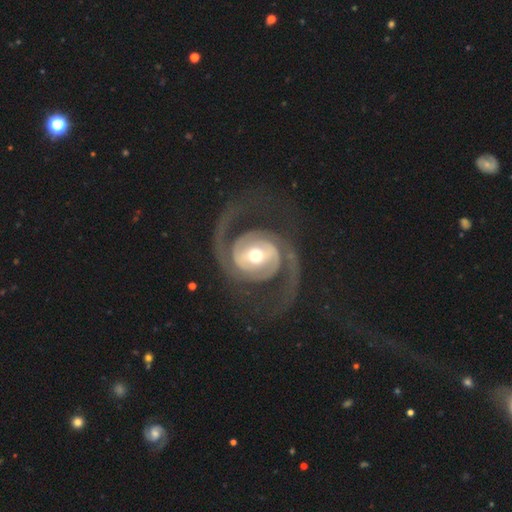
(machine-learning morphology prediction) Smooth or featured?
  - featured or disk: 91% *
  - smooth: 5%
  - star or artifact: 4%
Edge-on disk?
  - no: 98% *
  - yes: 2%
Bar?
  - no: 37% *
  - strong: 32%
  - weak: 31%
Spiral arms?
  - yes: 97% *
  - no: 3%
Spiral winding?
  - medium: 49% *
  - tight: 28%
  - loose: 23%
Spiral arm count?
  - 2: 93% *
  - can't tell: 2%
  - 1: 2%
  - 3: 1%
  - 4: 1%
  - more than 4: 1%
Bulge size?
  - moderate: 73% *
  - small: 12%
  - large: 12%
  - dominant: 2%
  - none: 1%
Merging?
  - none: 77% *
  - major disturbance: 12%
  - minor disturbance: 9%
  - merger: 2%